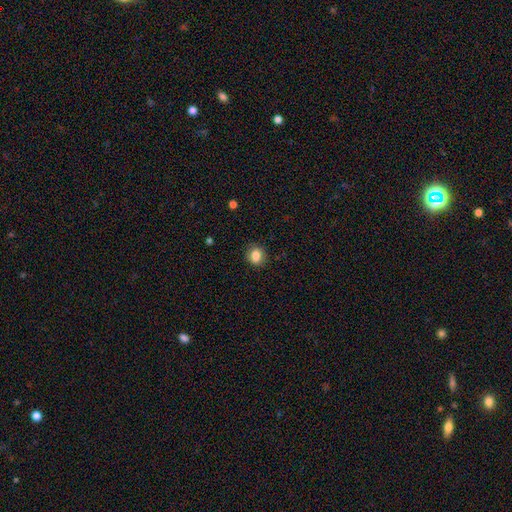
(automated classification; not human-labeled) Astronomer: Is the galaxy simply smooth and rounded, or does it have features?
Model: smooth — 84%.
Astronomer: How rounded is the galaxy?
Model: round — 67%.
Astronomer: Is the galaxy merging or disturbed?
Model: none — 86%.